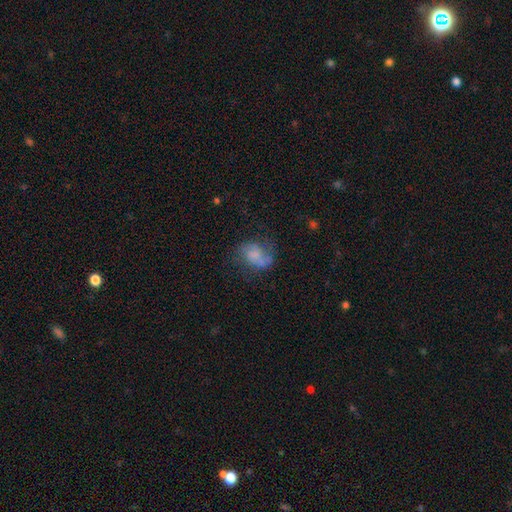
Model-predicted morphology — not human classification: Smooth or featured? featured or disk (45%)
Merging? none (44%)